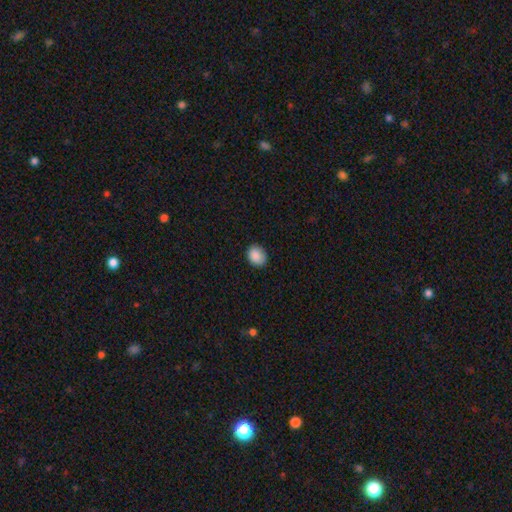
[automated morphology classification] Smooth or featured: smooth — 89% (star or artifact — 8%)
How rounded: round — 50% (in between — 49%)
Merging: none — 84% (minor disturbance — 13%)